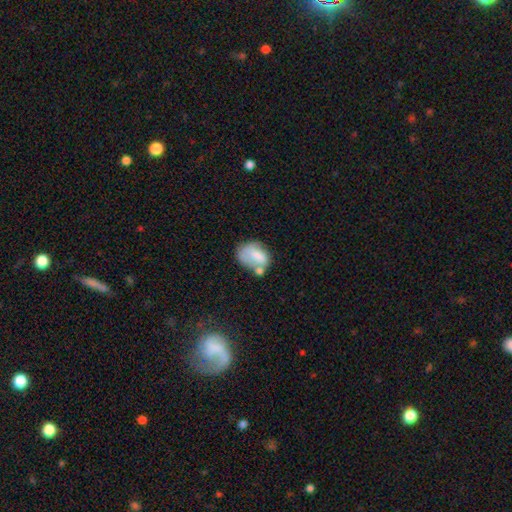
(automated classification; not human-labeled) Q: Smooth or featured?
A: smooth (68%); runner-up: featured or disk (23%)
Q: How rounded?
A: in between (78%); runner-up: round (21%)
Q: Merging?
A: merger (30%); runner-up: none (29%)